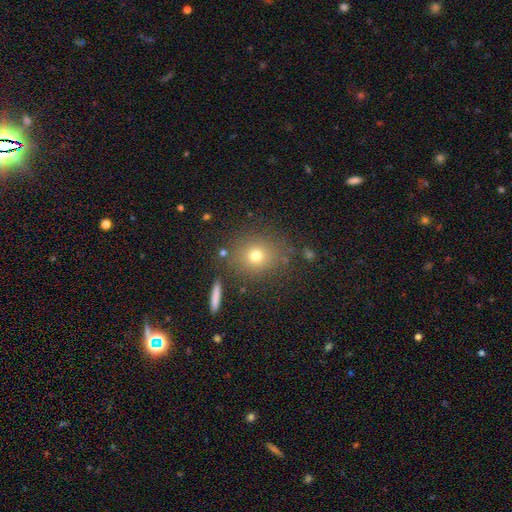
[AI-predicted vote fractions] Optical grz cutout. It shows a smooth galaxy with no disk features (72%) that is round (80%). Merging: none (82%).